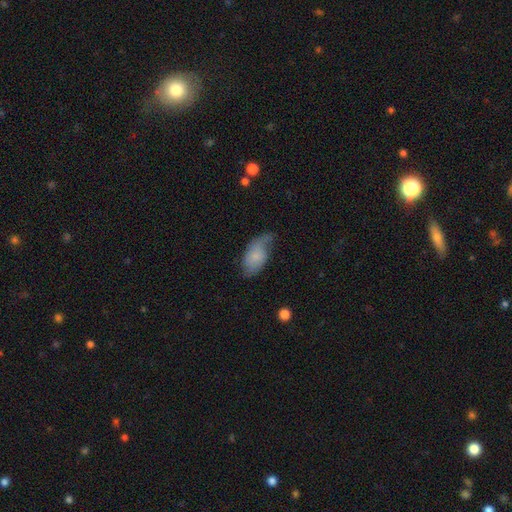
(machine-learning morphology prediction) smooth_or_featured: smooth (p=0.54) [alt: featured or disk p=0.39]
how_rounded: in between (p=0.93) [alt: round p=0.04]
merging: none (p=0.48) [alt: minor disturbance p=0.34]